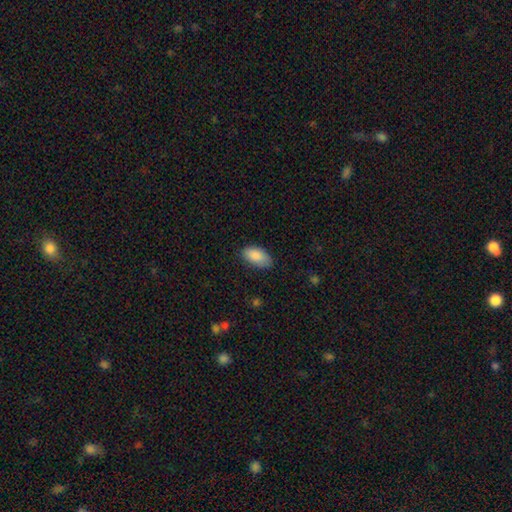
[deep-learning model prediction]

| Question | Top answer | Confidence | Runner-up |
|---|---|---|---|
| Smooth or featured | smooth | 88% | star or artifact (6%) |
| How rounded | in between | 94% | cigar-shaped (3%) |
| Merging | none | 78% | minor disturbance (18%) |